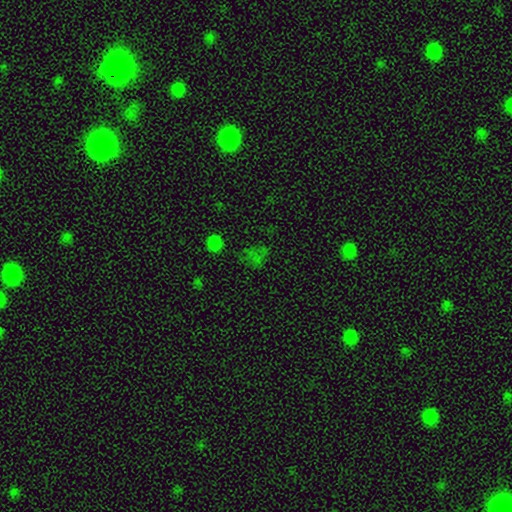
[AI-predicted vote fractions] A star or artifact, not a galaxy (53%).